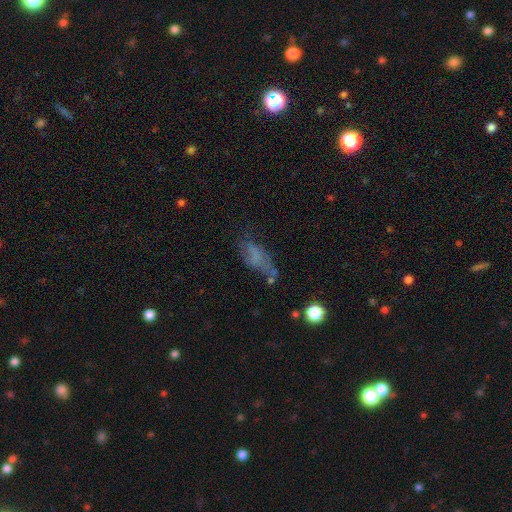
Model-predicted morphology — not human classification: This is possibly a smooth galaxy (53%). How rounded: likely in between (73%). Merging: marginally none (40%).